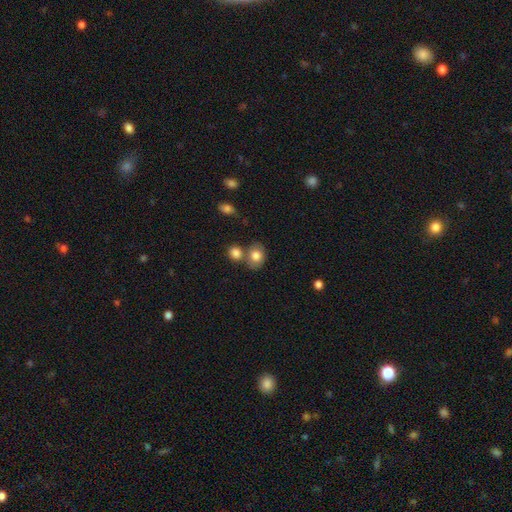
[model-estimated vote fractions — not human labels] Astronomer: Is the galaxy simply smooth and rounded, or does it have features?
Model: smooth — 78%.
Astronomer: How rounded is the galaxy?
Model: in between — 59% (runner-up: round, 40%).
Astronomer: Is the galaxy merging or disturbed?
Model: none — 54%.